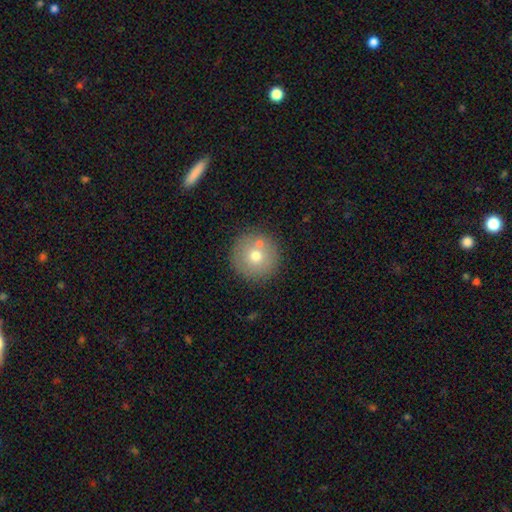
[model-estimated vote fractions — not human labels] smooth_or_featured: smooth (p=0.70) [alt: featured or disk p=0.19]
how_rounded: round (p=0.96) [alt: in between p=0.04]
merging: none (p=0.79) [alt: merger p=0.10]